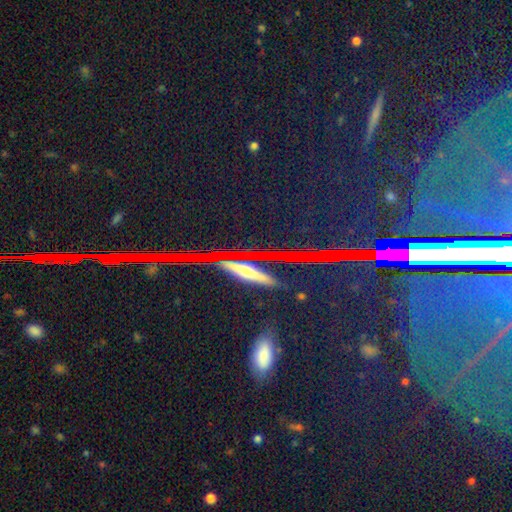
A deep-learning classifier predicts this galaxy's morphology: Smooth or featured?
  - star or artifact: 72% *
  - featured or disk: 14%
  - smooth: 14%